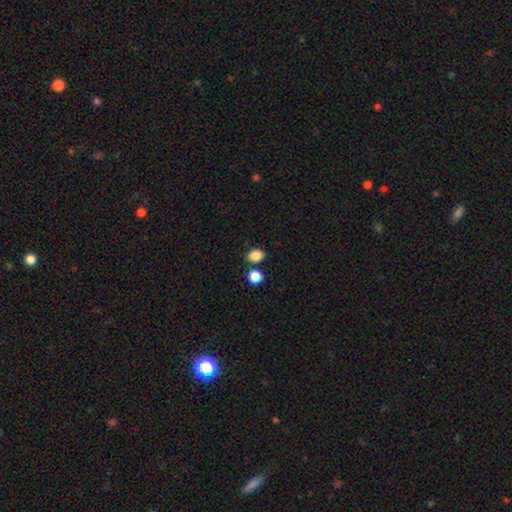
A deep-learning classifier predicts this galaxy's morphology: Overall: smooth (86%). How rounded: in between (58%; round 41%). Merging: none (75%).